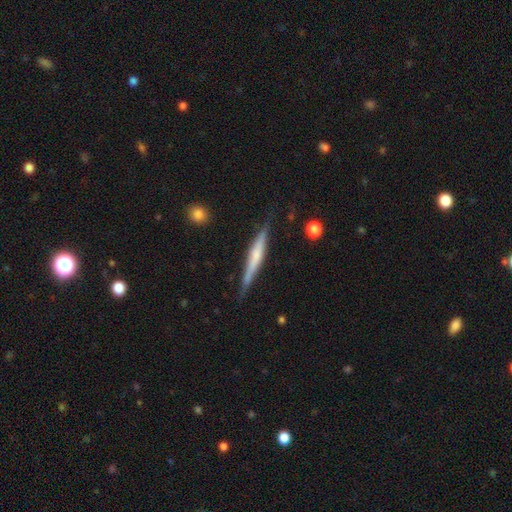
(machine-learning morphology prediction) Smooth or featured? Predicted: featured or disk (p=0.60). Edge-on disk? Predicted: yes (p=0.97). Edge-on bulge? Predicted: rounded (p=0.48). Merging? Predicted: none (p=0.80).